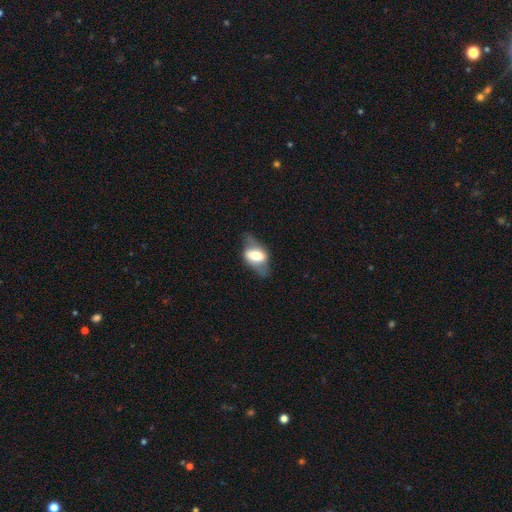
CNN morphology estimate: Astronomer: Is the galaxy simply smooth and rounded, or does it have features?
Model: featured or disk — 48% (runner-up: smooth, 45%).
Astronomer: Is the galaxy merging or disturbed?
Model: none — 57%.